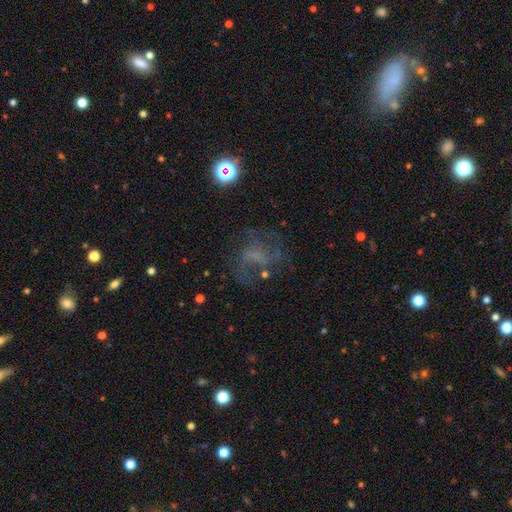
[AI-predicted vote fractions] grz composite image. It shows a featured or disk galaxy (53%) with no bar (54%), spiral arms (66%) and no central bulge (60%). Merging: none (53%).